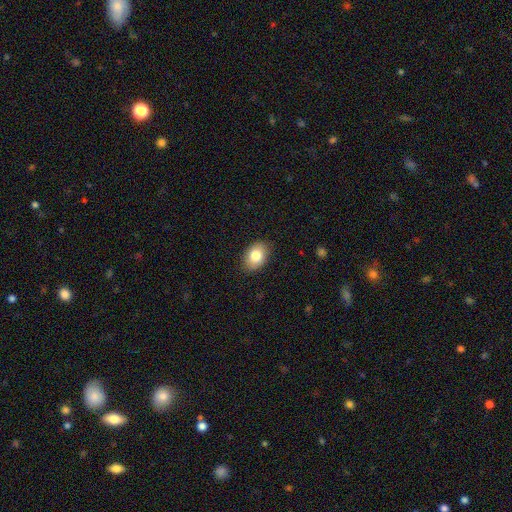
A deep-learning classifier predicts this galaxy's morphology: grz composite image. It shows a smooth galaxy with no disk features (82%) that is in between round and cigar-shaped (80%). Merging: none (86%).